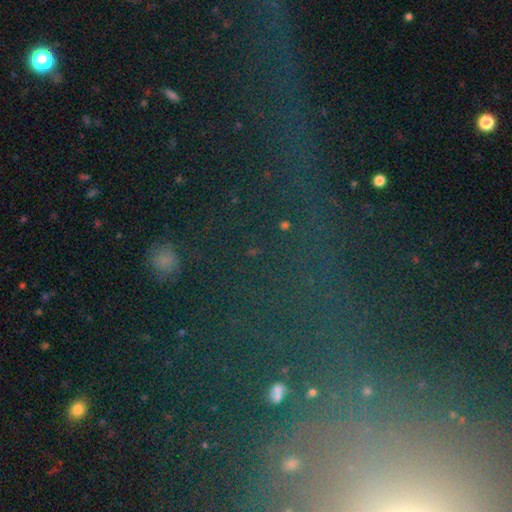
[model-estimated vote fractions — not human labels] Smooth or featured: star or artifact — 63% (smooth — 25%)